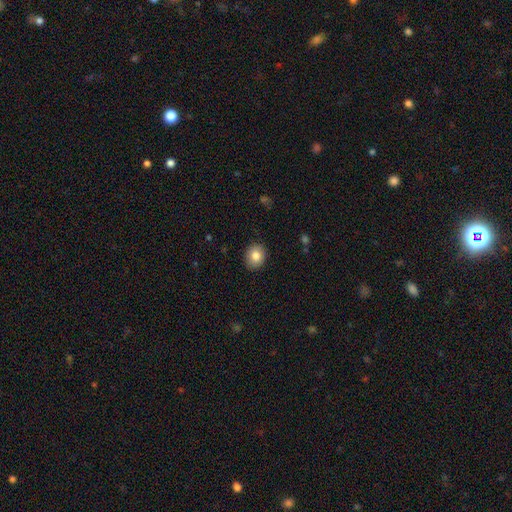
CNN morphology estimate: The model was most divided on "how rounded": round: 67%, in between: 32%, cigar-shaped: 1%. More confident: merging — none (89%); smooth or featured — smooth (83%).